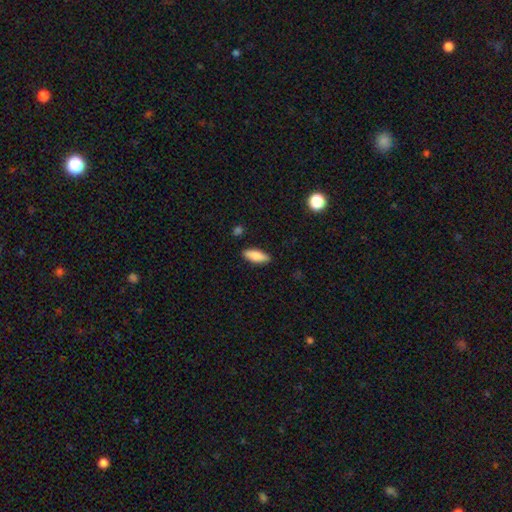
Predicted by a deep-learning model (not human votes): A smooth galaxy with no disk features (83%) that is in between round and cigar-shaped (72%). Merging: none (87%).